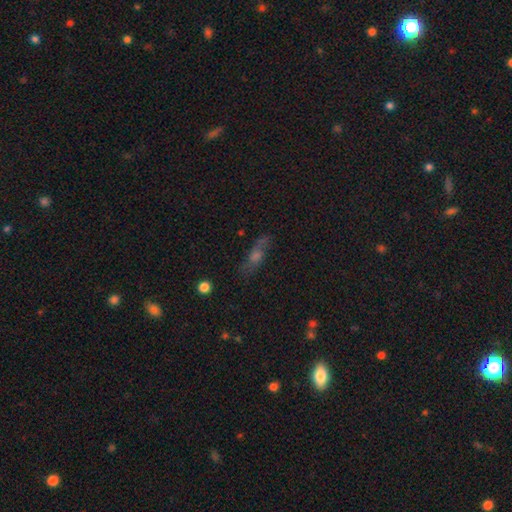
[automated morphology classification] Smooth or featured? smooth (42%)
Merging? none (72%)